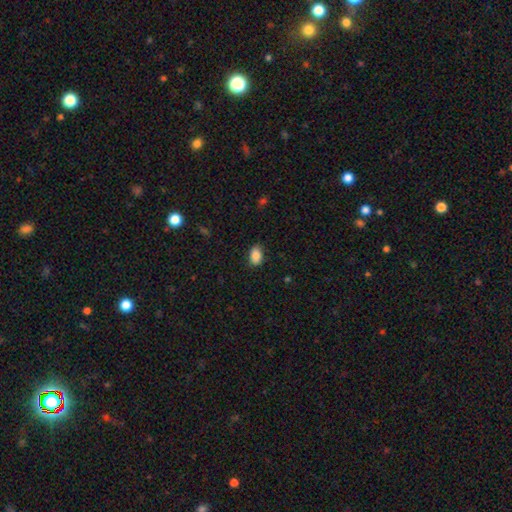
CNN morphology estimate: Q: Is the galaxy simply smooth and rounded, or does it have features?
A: smooth — 87%.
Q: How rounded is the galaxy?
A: in between — 88%.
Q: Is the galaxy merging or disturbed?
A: none — 81%.